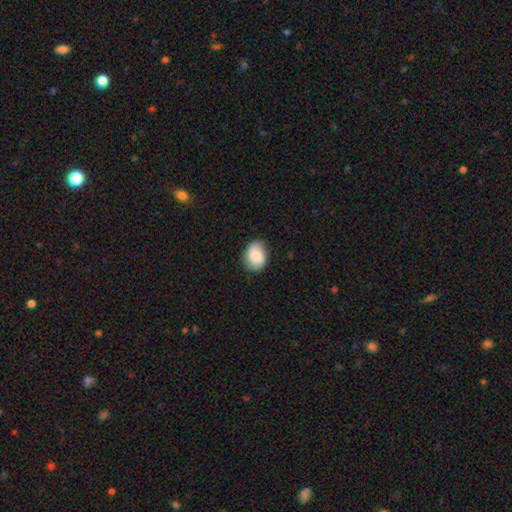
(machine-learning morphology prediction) smooth_or_featured: smooth (p=0.68) [alt: featured or disk p=0.25]
how_rounded: round (p=0.51) [alt: in between p=0.48]
merging: none (p=0.76) [alt: minor disturbance p=0.19]